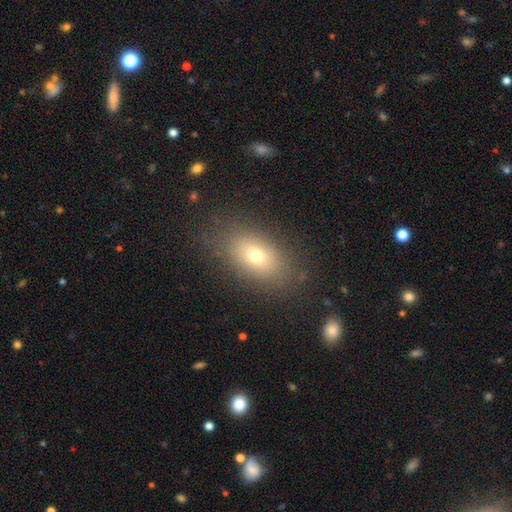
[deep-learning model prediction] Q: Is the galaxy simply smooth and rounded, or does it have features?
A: smooth — 70%.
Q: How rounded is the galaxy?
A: in between — 85%.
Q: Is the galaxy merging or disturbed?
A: none — 82%.